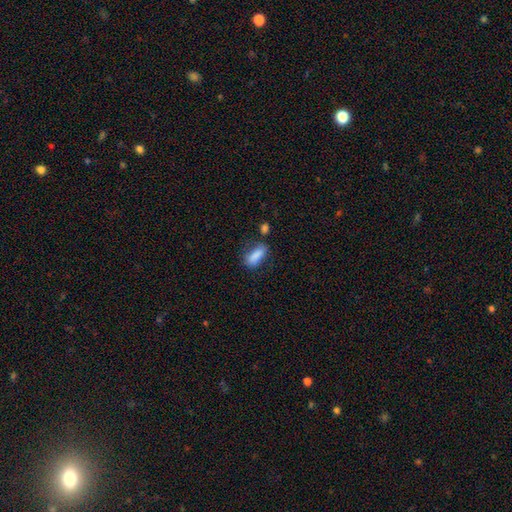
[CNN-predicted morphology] A smooth galaxy with no disk features (85%) that is in between round and cigar-shaped (69%). Merging: none (61%).